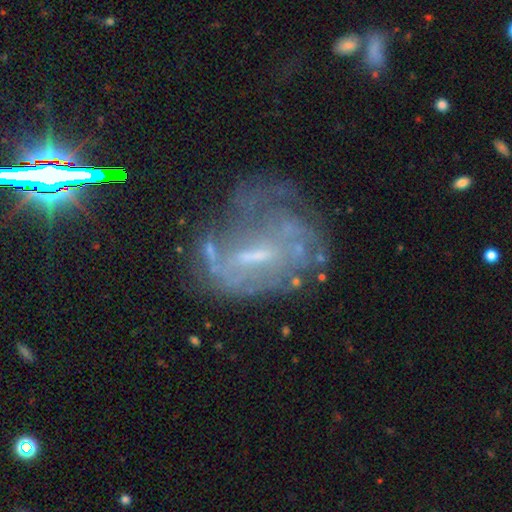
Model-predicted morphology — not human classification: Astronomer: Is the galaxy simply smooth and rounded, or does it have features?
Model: featured or disk — 66%.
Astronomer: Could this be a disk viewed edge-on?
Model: no — 95%.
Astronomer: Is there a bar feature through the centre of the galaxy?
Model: weak — 48% (runner-up: no, 33%).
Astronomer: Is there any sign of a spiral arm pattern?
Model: yes — 55% (runner-up: no, 45%).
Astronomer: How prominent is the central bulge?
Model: small — 45% (runner-up: moderate, 29%).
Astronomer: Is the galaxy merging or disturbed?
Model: none — 44% (runner-up: major disturbance, 28%).